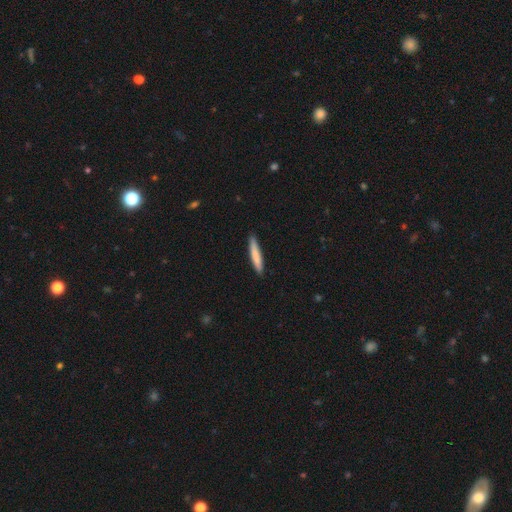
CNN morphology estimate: The model was most divided on "smooth or featured": smooth: 80%, featured or disk: 14%, star or artifact: 5%. More confident: how rounded — cigar-shaped (93%); merging — none (89%).